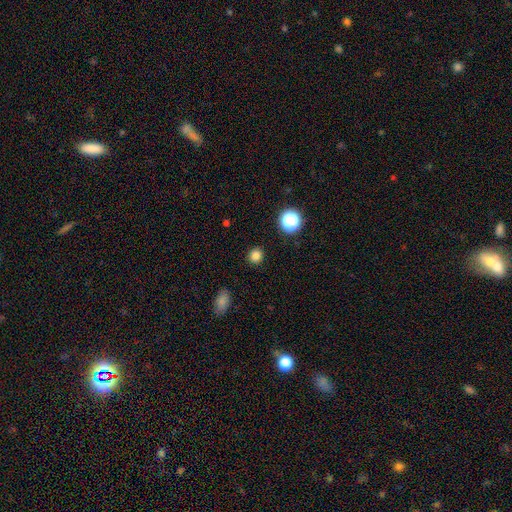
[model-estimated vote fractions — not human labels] Smooth or featured?
  - smooth: 82% *
  - star or artifact: 14%
  - featured or disk: 4%
How rounded?
  - round: 89% *
  - in between: 10%
  - cigar-shaped: 1%
Merging?
  - none: 91% *
  - minor disturbance: 6%
  - major disturbance: 2%
  - merger: 1%